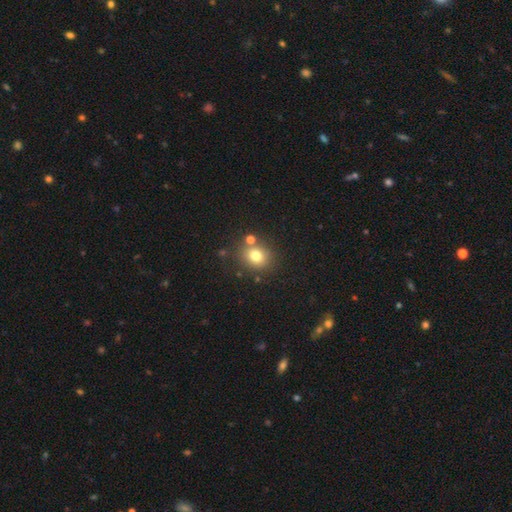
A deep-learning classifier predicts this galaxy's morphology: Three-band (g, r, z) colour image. It shows a smooth galaxy with no disk features (76%) that is round (74%). Merging: none (75%).